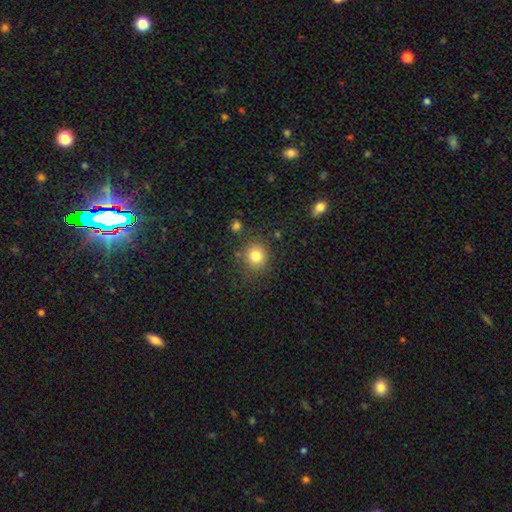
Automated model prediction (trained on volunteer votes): The model was most divided on "smooth or featured": smooth: 81%, star or artifact: 12%, featured or disk: 7%. More confident: how rounded — round (86%); merging — none (81%).